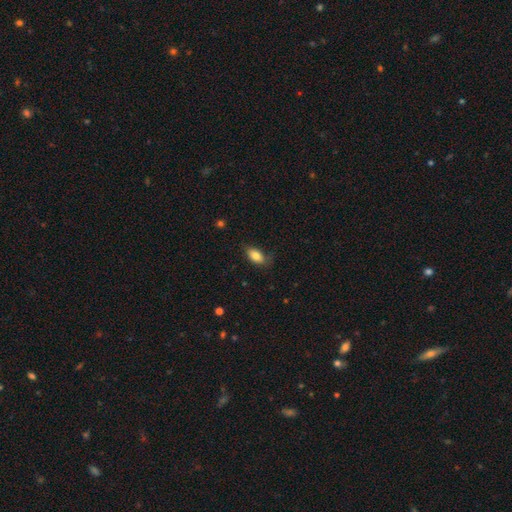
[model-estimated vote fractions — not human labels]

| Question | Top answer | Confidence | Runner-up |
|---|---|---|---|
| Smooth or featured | smooth | 83% | featured or disk (9%) |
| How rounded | in between | 89% | round (6%) |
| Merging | none | 72% | minor disturbance (21%) |